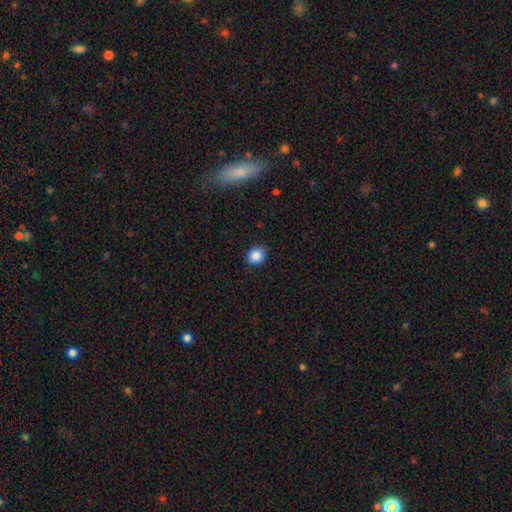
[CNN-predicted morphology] This appears to be a smooth galaxy with no disk features (86%) that is round (57%). Merging: none (87%).